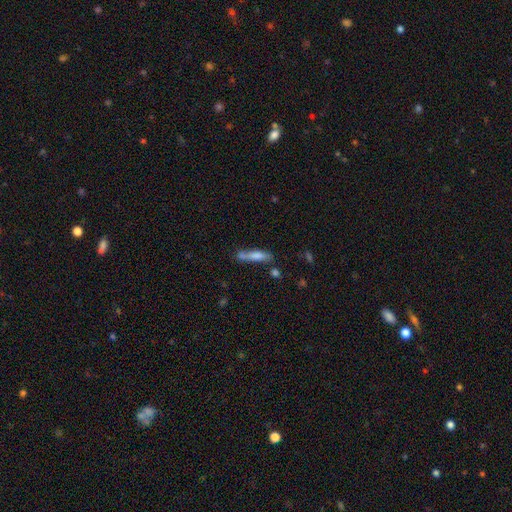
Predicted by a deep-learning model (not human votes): Smooth or featured: smooth — 70% (featured or disk — 23%)
How rounded: cigar-shaped — 77% (in between — 21%)
Merging: none — 54% (merger — 20%)